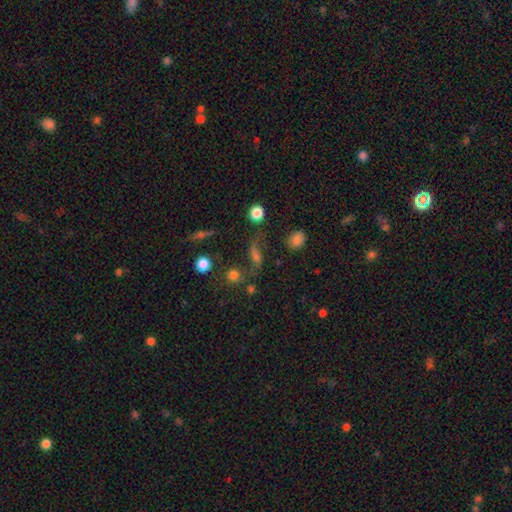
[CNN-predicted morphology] Smooth or featured?
  - featured or disk: 41% *
  - smooth: 37%
  - star or artifact: 22%
Merging?
  - none: 58% *
  - minor disturbance: 18%
  - major disturbance: 14%
  - merger: 11%